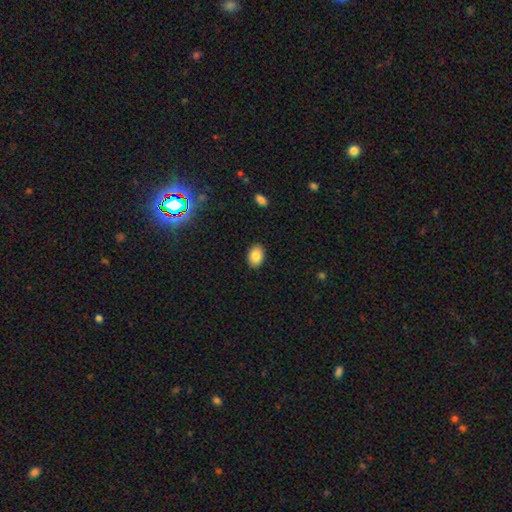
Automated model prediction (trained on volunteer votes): A smooth galaxy with no disk features (85%) that is in between round and cigar-shaped (81%). Merging: none (89%).